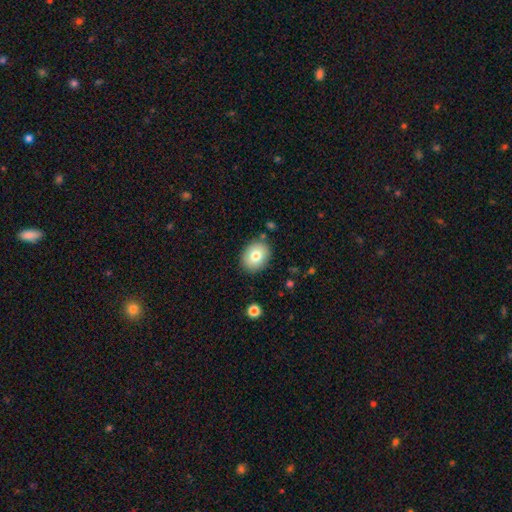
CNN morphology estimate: Overall: smooth (78%). How rounded: in between (54%; round 46%). Merging: none (86%).